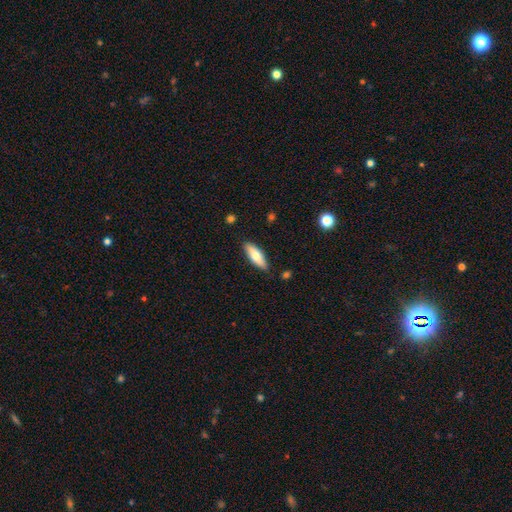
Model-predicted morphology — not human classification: smooth_or_featured: smooth (p=0.69) [alt: featured or disk p=0.25]
how_rounded: in between (p=0.54) [alt: cigar-shaped p=0.44]
merging: none (p=0.86) [alt: minor disturbance p=0.11]